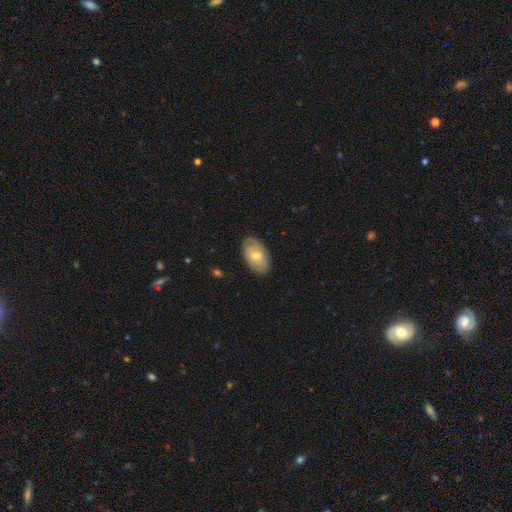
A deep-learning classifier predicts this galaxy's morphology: A smooth galaxy with no disk features (63%) that is in between round and cigar-shaped (94%). Merging: none (85%).